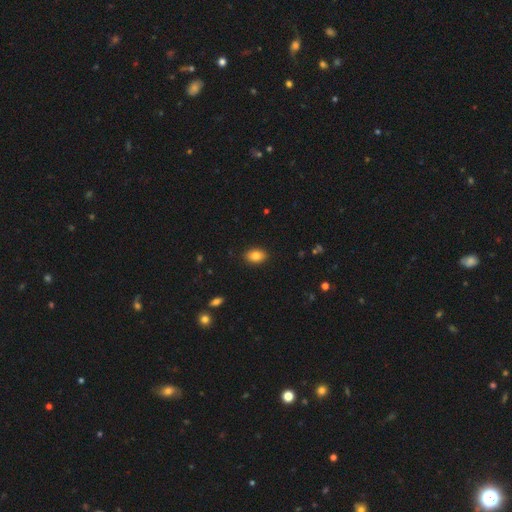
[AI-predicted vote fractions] This appears to be a smooth galaxy with no disk features (83%) that is in between round and cigar-shaped (83%). Merging: none (89%).